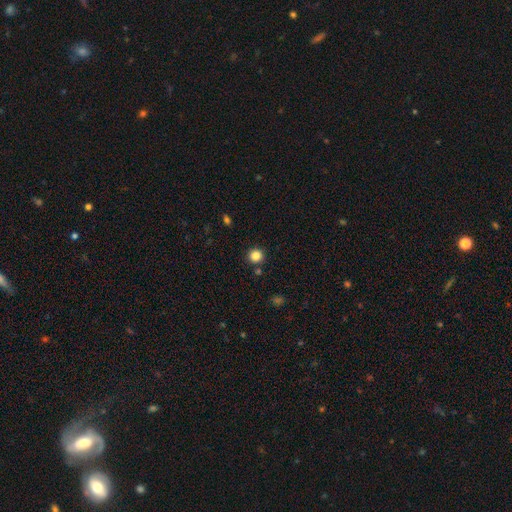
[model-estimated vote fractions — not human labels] The model was most divided on "smooth or featured": smooth: 84%, star or artifact: 12%, featured or disk: 4%. More confident: how rounded — round (93%); merging — none (87%).